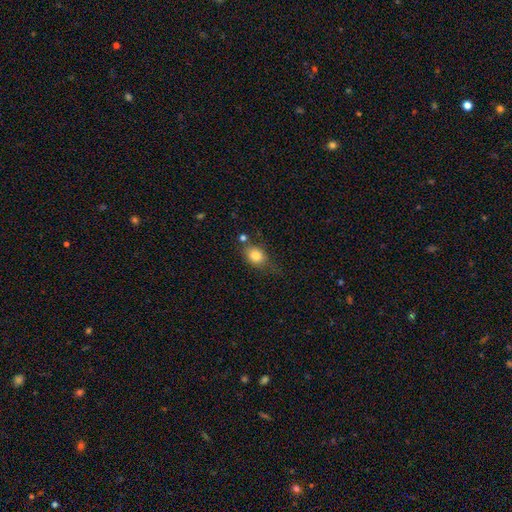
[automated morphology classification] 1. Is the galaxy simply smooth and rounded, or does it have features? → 81% smooth, 10% featured or disk, 9% star or artifact.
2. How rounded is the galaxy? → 57% in between, 41% round, 2% cigar-shaped.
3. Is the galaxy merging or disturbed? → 53% none, 26% minor disturbance, 10% major disturbance, 10% merger.